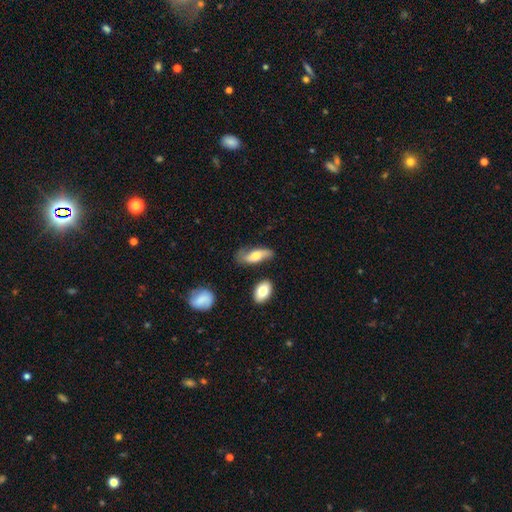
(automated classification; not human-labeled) Smooth or featured: smooth — 47% (featured or disk — 45%)
Merging: none — 64% (minor disturbance — 24%)